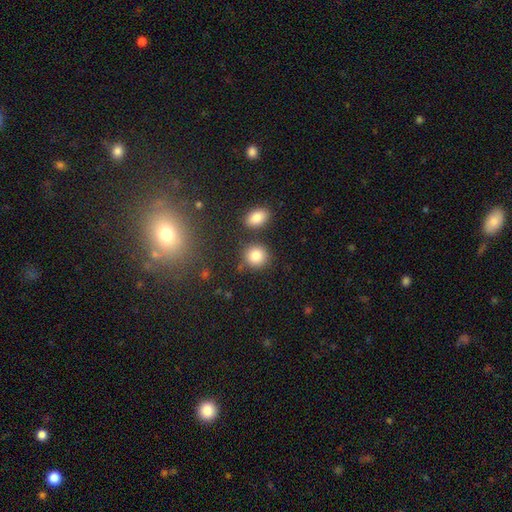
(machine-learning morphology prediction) type=smooth (84%); roundness=round (85%); merging=none (77%).